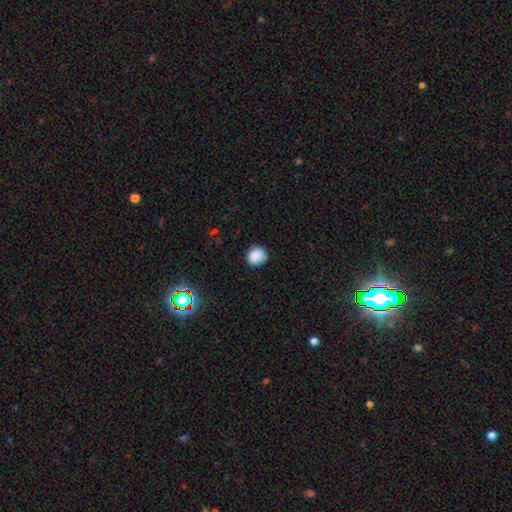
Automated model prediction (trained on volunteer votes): smooth_or_featured: smooth (p=0.86) [alt: star or artifact p=0.10]
how_rounded: round (p=0.84) [alt: in between p=0.15]
merging: none (p=0.82) [alt: minor disturbance p=0.14]